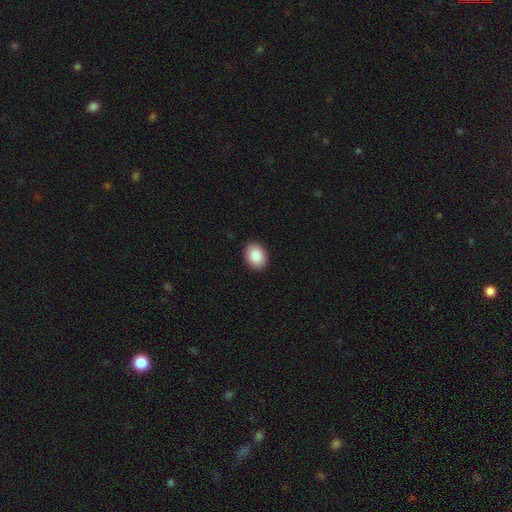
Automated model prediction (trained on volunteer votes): A smooth galaxy with no disk features (89%) that is in between round and cigar-shaped (67%). Merging: none (91%).